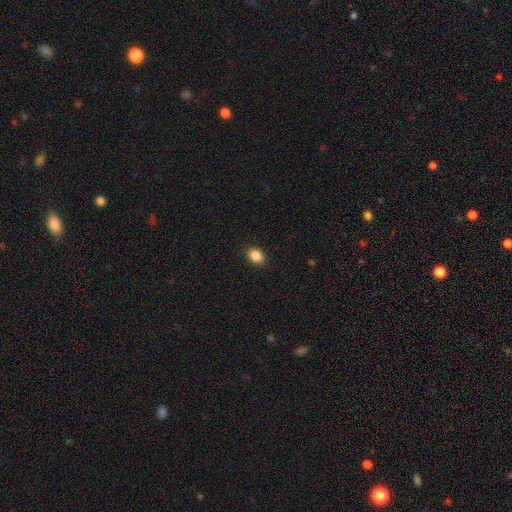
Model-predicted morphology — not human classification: Smooth or featured: smooth — 88% (star or artifact — 9%)
How rounded: in between — 76% (round — 23%)
Merging: none — 90% (minor disturbance — 7%)